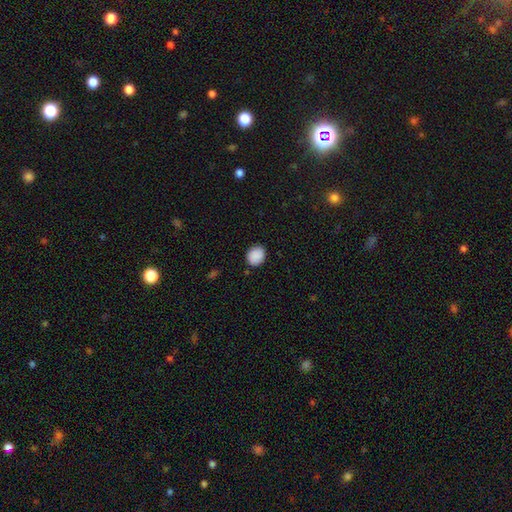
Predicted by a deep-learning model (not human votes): smooth-or-featured: smooth: 89% | star or artifact: 8% | featured or disk: 3%
  how-rounded: round: 69% | in between: 30% | cigar-shaped: 1%
  merging: none: 86% | minor disturbance: 10% | major disturbance: 2% | merger: 1%